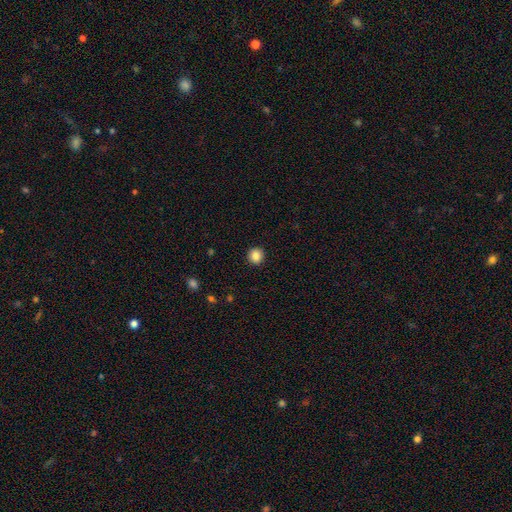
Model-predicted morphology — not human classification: Overall: smooth (85%). How rounded: round (90%). Merging: none (92%).